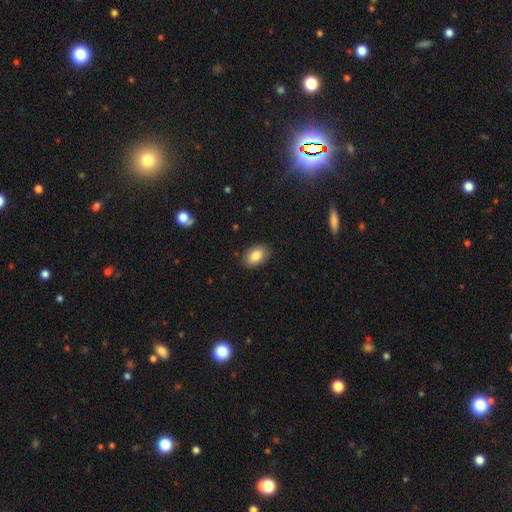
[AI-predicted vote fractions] smooth 85%, featured or disk 8%, star or artifact 7%. Down the decision tree: how rounded — in between (89%); merging — none (87%).